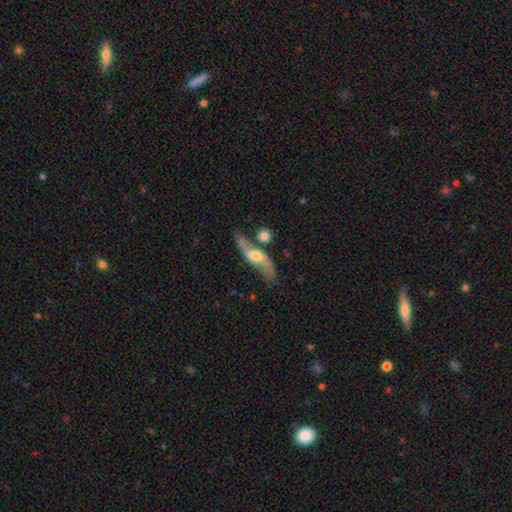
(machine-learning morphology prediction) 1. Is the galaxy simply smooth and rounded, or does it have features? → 66% featured or disk, 28% smooth, 6% star or artifact.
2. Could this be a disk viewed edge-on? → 68% no, 32% yes.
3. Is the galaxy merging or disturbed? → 48% none, 21% minor disturbance, 19% merger, 12% major disturbance.